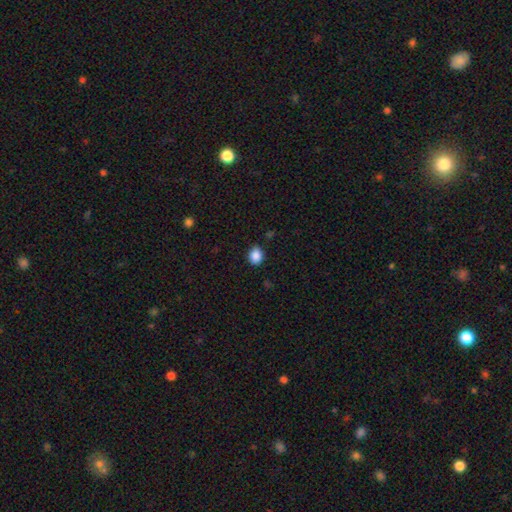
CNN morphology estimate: This appears to be a smooth galaxy with no disk features (88%) that is in between round and cigar-shaped (57%). Merging: none (87%).